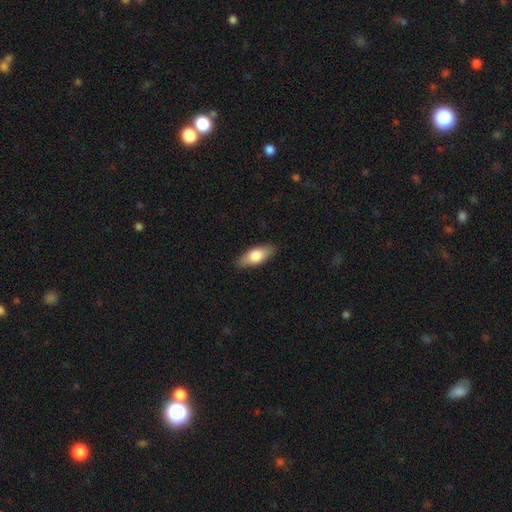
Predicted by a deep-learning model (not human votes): Morphology: type=smooth (72%); roundness=in between (76%); merging=none (87%).